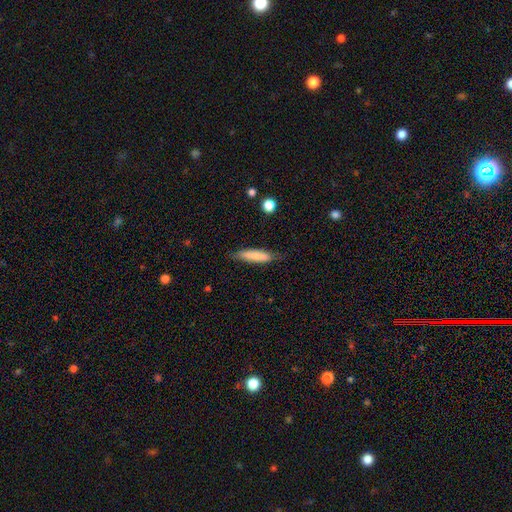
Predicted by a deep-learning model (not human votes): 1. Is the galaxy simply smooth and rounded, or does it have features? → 80% smooth, 13% featured or disk, 6% star or artifact.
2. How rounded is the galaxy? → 73% cigar-shaped, 25% in between, 1% round.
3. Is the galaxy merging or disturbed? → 75% none, 19% minor disturbance, 4% major disturbance, 2% merger.